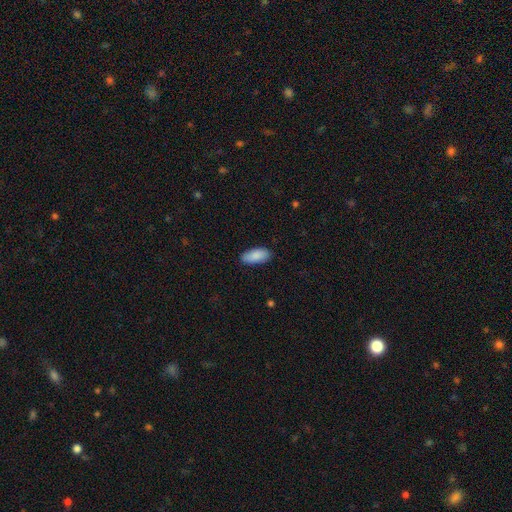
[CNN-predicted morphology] A smooth galaxy with no disk features (89%) that is in between round and cigar-shaped (87%).

Vote fractions:
- Smooth or featured? smooth: 89% / star or artifact: 6% / featured or disk: 5%
- How rounded? in between: 87% / cigar-shaped: 11% / round: 2%
- Merging? none: 85% / minor disturbance: 11% / major disturbance: 2% / merger: 1%